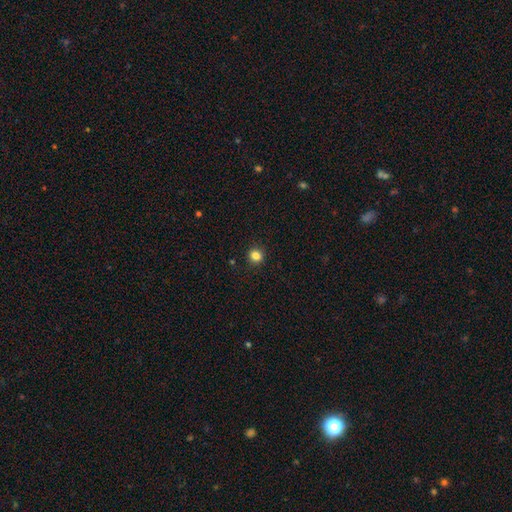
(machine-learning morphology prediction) The model was most divided on "smooth or featured": smooth: 83%, star or artifact: 12%, featured or disk: 5%. More confident: merging — none (92%); how rounded — round (90%).